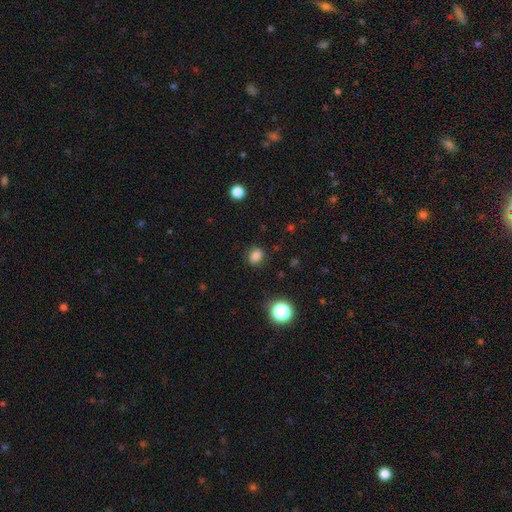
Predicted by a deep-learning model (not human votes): A smooth galaxy with no disk features (81%) that is in between round and cigar-shaped (51%).

Vote fractions:
- Smooth or featured? smooth: 81% / star or artifact: 14% / featured or disk: 5%
- How rounded? in between: 51% / round: 48% / cigar-shaped: 1%
- Merging? none: 81% / minor disturbance: 13% / major disturbance: 4% / merger: 2%